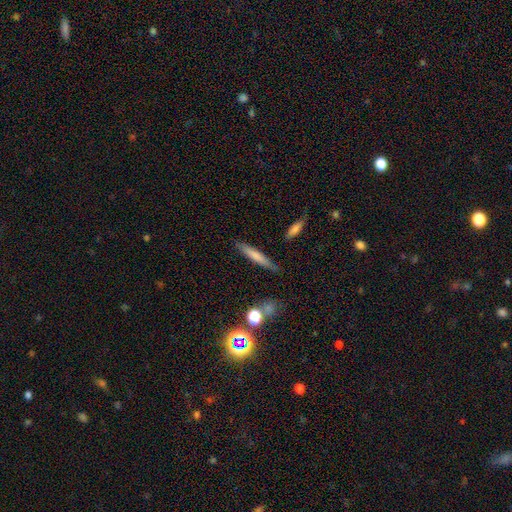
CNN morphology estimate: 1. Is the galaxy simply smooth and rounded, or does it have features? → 69% smooth, 24% featured or disk, 7% star or artifact.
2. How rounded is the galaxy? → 92% cigar-shaped, 7% in between, 2% round.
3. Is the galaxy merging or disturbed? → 84% none, 11% minor disturbance, 3% merger, 3% major disturbance.